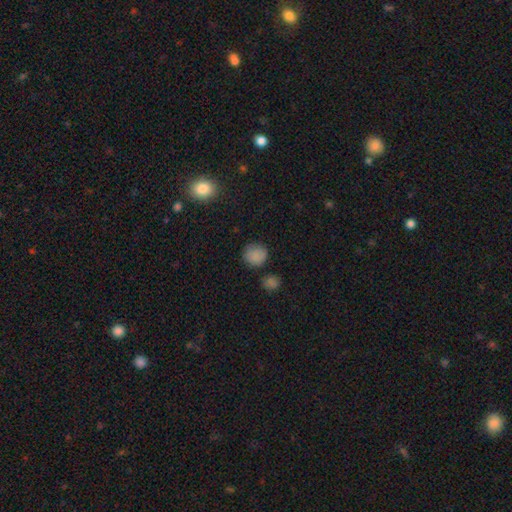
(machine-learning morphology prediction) This is clearly a smooth galaxy (84%). How rounded: clearly round (87%). Merging: likely none (80%).